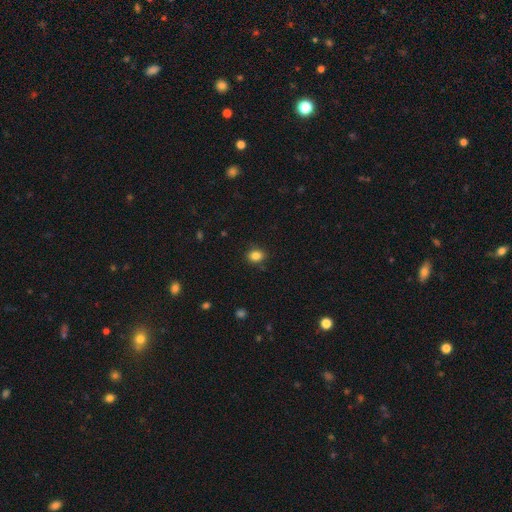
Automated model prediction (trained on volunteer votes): A smooth galaxy with no disk features (85%) that is round (55%). Merging: none (86%).